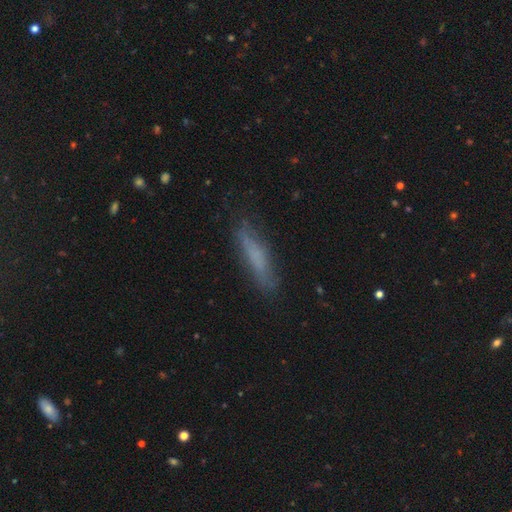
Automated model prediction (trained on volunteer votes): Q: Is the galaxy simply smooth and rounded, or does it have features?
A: smooth — 65%.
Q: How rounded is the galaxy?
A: cigar-shaped — 79%.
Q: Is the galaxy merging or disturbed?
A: none — 75%.